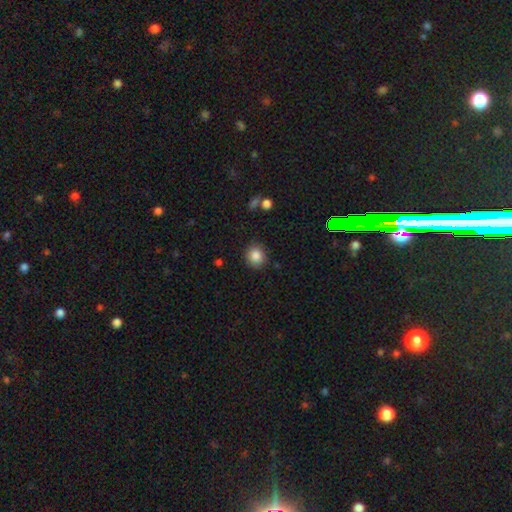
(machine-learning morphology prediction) A smooth galaxy with no disk features (85%) that is round (87%). Merging: none (88%).